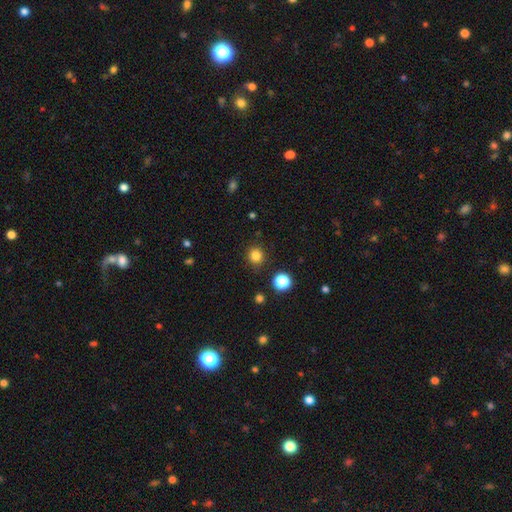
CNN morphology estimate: This appears to be a smooth galaxy with no disk features (82%) that is round (91%). Merging: none (89%).